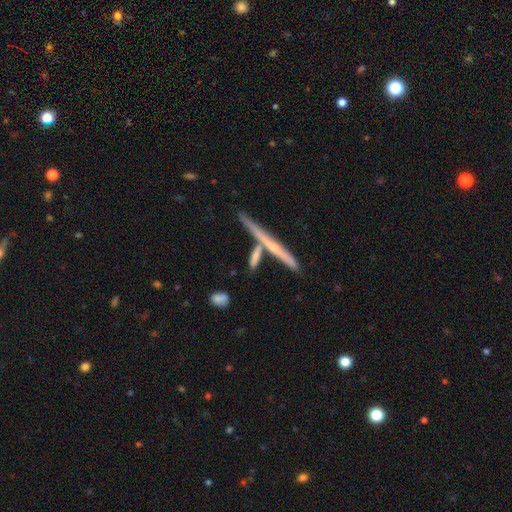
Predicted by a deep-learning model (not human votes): smooth_or_featured: smooth (p=0.52) [alt: featured or disk p=0.40]
how_rounded: cigar-shaped (p=0.82) [alt: in between p=0.13]
merging: none (p=0.59) [alt: merger p=0.23]